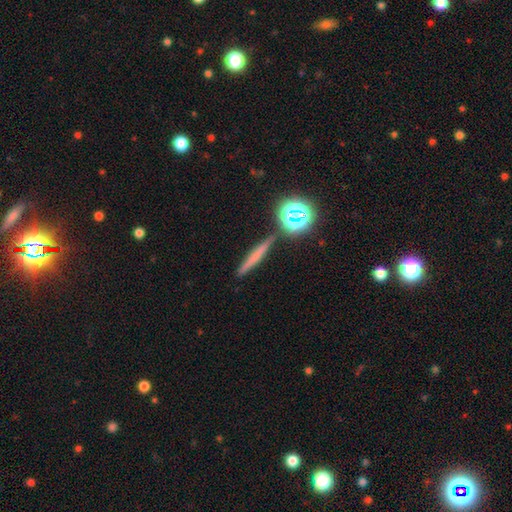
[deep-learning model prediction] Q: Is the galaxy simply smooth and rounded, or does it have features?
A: smooth — 51%.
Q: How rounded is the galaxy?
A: cigar-shaped — 85%.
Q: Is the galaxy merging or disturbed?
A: none — 86%.